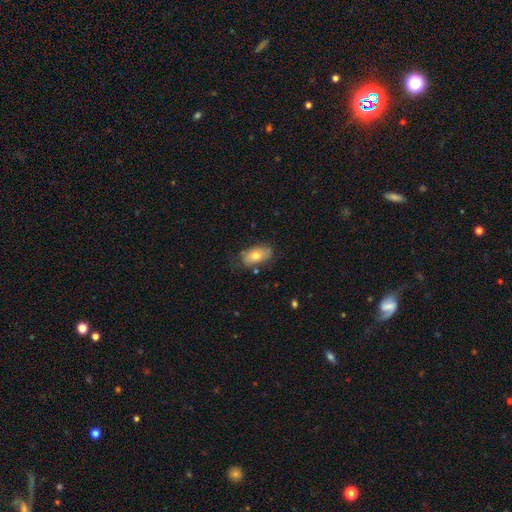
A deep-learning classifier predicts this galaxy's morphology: smooth_or_featured: smooth (p=0.70) [alt: featured or disk p=0.23]
how_rounded: in between (p=0.92) [alt: round p=0.05]
merging: none (p=0.67) [alt: minor disturbance p=0.24]